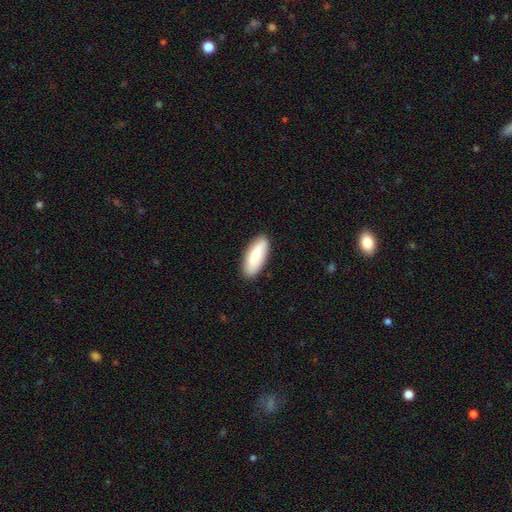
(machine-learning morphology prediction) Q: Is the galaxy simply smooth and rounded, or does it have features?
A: smooth — 83%.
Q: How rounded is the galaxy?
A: in between — 74%.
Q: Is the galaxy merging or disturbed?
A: none — 89%.